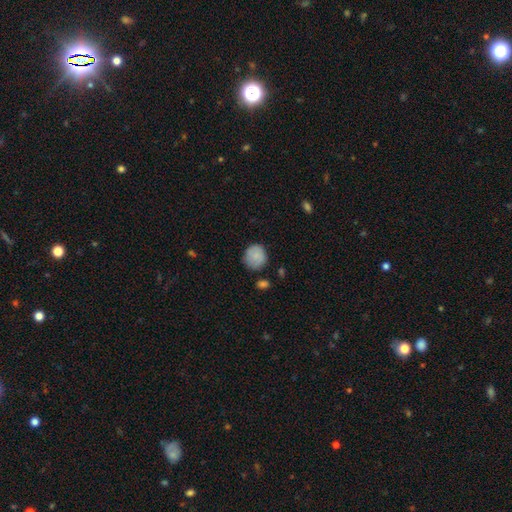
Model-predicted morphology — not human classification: type=smooth (85%); roundness=round (86%); merging=none (77%).